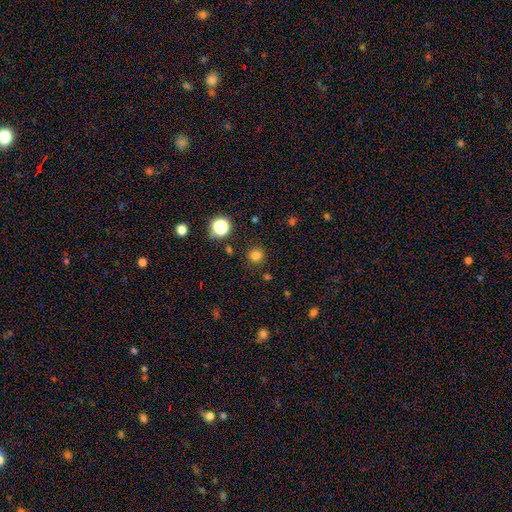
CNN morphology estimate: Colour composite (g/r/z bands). It shows a smooth galaxy with no disk features (78%) that is round (92%). Merging: none (87%).